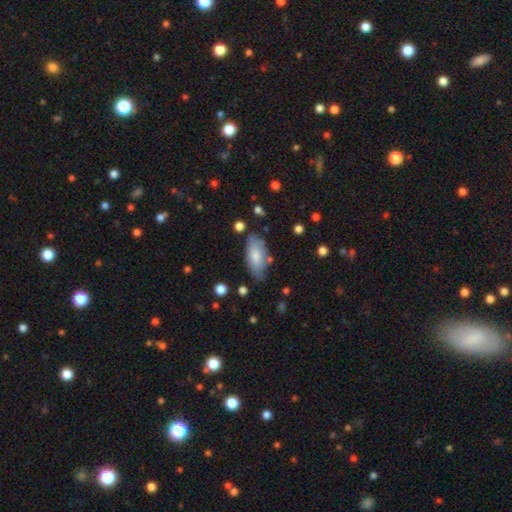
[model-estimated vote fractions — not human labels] Q: Smooth or featured?
A: smooth (78%); runner-up: featured or disk (16%)
Q: How rounded?
A: in between (88%); runner-up: cigar-shaped (10%)
Q: Merging?
A: none (69%); runner-up: minor disturbance (21%)